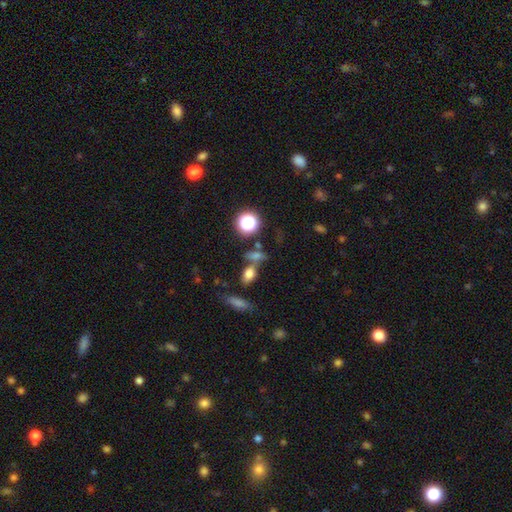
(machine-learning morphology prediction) A smooth galaxy with no disk features (53%) that is in between round and cigar-shaped (46%).

Vote fractions:
- Smooth or featured? smooth: 53% / star or artifact: 32% / featured or disk: 15%
- How rounded? in between: 46% / round: 42% / cigar-shaped: 11%
- Merging? none: 59% / merger: 24% / minor disturbance: 11% / major disturbance: 6%